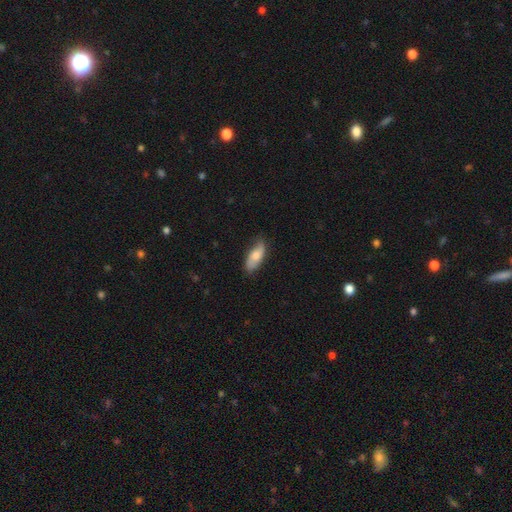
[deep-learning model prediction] Overall: smooth (63%; featured or disk 31%). How rounded: in between (79%). Merging: none (73%).